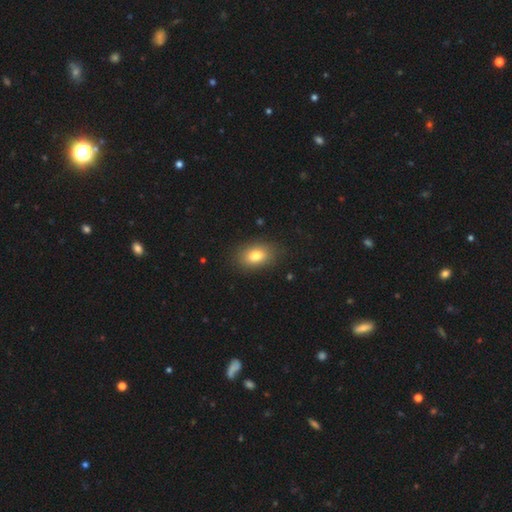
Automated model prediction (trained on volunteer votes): The model was most divided on "how rounded": in between: 82%, round: 16%, cigar-shaped: 2%. More confident: merging — none (85%); smooth or featured — smooth (80%).